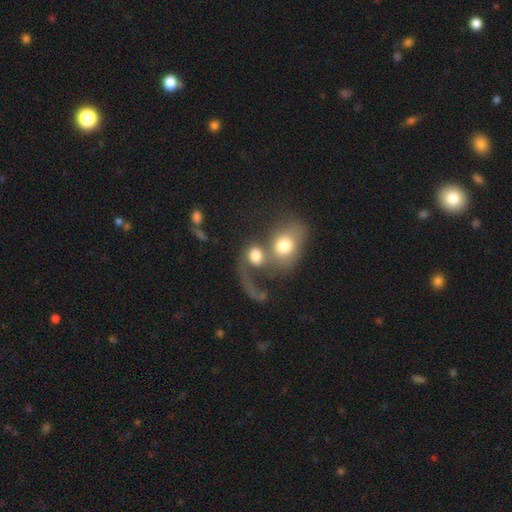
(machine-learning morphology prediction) Q: Smooth or featured?
A: smooth (58%); runner-up: featured or disk (32%)
Q: How rounded?
A: round (56%); runner-up: in between (42%)
Q: Merging?
A: merger (65%); runner-up: major disturbance (17%)